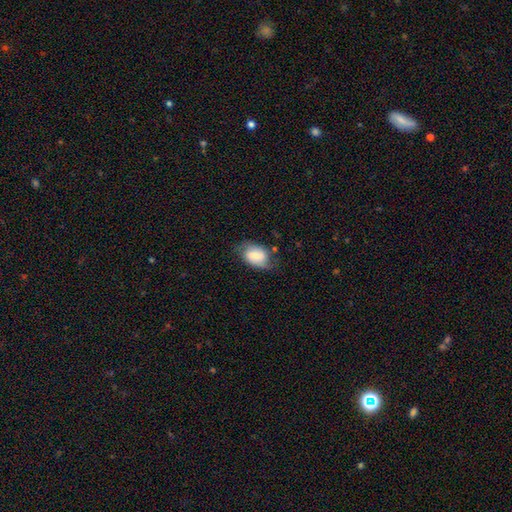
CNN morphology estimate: Smooth or featured?
  - smooth: 54% *
  - featured or disk: 37%
  - star or artifact: 8%
How rounded?
  - in between: 81% *
  - round: 18%
  - cigar-shaped: 1%
Merging?
  - none: 60% *
  - minor disturbance: 27%
  - major disturbance: 11%
  - merger: 2%